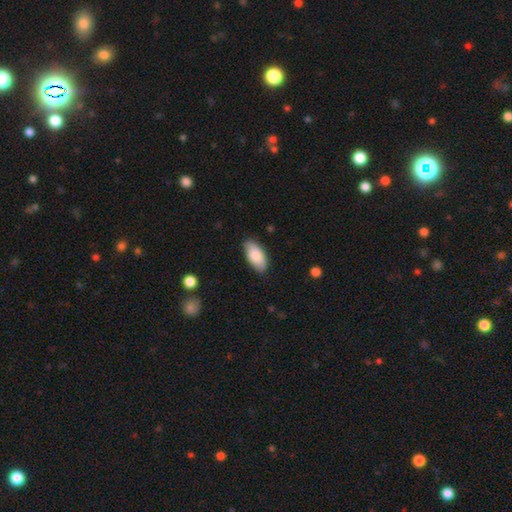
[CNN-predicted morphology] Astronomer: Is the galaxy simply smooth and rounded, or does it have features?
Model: smooth — 84%.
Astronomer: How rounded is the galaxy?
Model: in between — 92%.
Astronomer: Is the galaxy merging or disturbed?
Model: none — 84%.